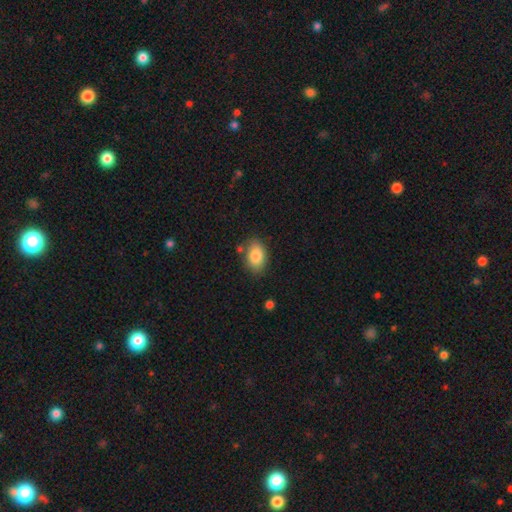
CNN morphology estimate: A smooth galaxy with no disk features (84%) that is in between round and cigar-shaped (87%). Merging: none (77%).